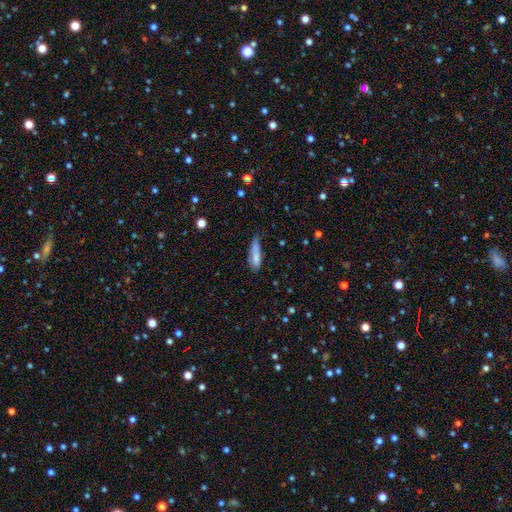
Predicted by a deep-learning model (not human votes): smooth_or_featured: smooth (p=0.81) [alt: featured or disk p=0.12]
how_rounded: cigar-shaped (p=0.58) [alt: in between p=0.40]
merging: none (p=0.45) [alt: minor disturbance p=0.41]